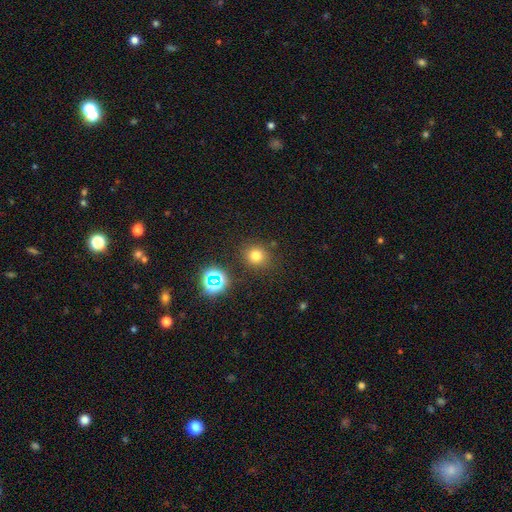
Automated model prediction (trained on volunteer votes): Q: Smooth or featured?
A: smooth (73%); runner-up: star or artifact (20%)
Q: How rounded?
A: round (87%); runner-up: in between (12%)
Q: Merging?
A: none (85%); runner-up: minor disturbance (8%)